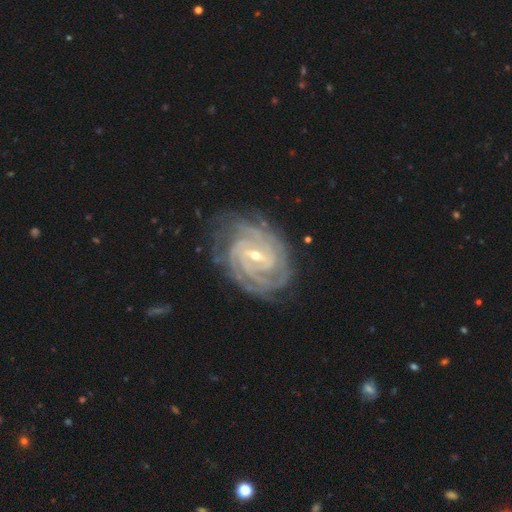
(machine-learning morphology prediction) Q: Smooth or featured?
A: featured or disk (92%); runner-up: star or artifact (4%)
Q: Edge-on disk?
A: no (97%); runner-up: yes (3%)
Q: Bar?
A: weak (47%); runner-up: strong (39%)
Q: Spiral arms?
A: yes (98%); runner-up: no (2%)
Q: Spiral winding?
A: tight (80%); runner-up: medium (17%)
Q: Spiral arm count?
A: 4 (30%); runner-up: 3 (20%)
Q: Bulge size?
A: small (59%); runner-up: moderate (39%)
Q: Merging?
A: none (77%); runner-up: minor disturbance (17%)